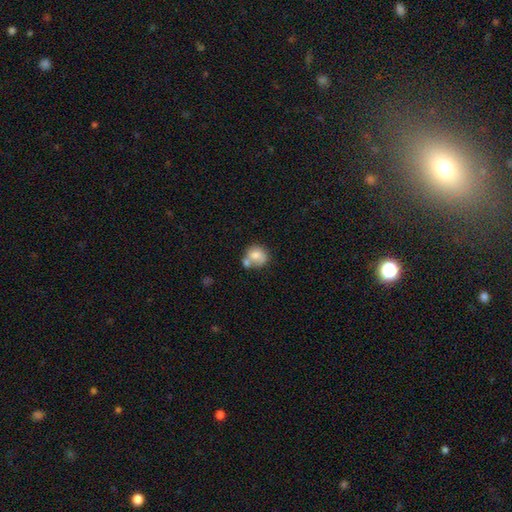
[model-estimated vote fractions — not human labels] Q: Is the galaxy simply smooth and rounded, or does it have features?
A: smooth — 75%.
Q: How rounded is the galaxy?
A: round — 76%.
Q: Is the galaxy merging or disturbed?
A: merger — 41%.